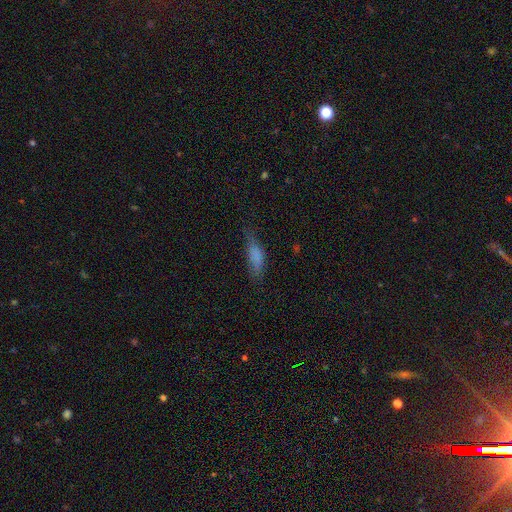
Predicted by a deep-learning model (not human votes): smooth 76%, featured or disk 14%, star or artifact 10%. Down the decision tree: how rounded — in between (55%); merging — none (58%).